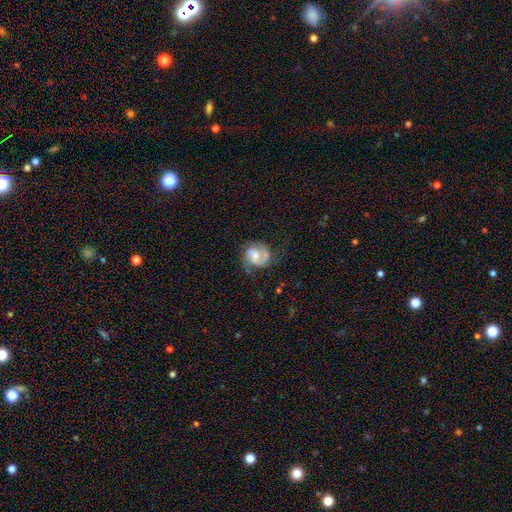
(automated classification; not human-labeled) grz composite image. It shows a featured or disk galaxy (76%) with a weak bar (45%), 2 (81%) medium (49%) spiral arms (92%) and a moderate central bulge (50%). Merging: none (64%).